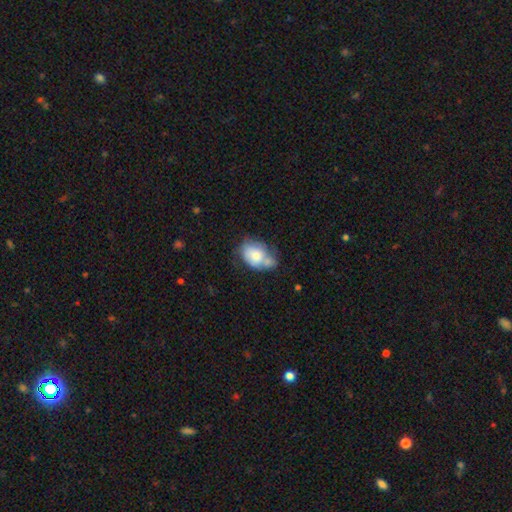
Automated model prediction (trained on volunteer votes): A smooth galaxy with no disk features (68%) that is in between round and cigar-shaped (75%). Merging: none (33%).